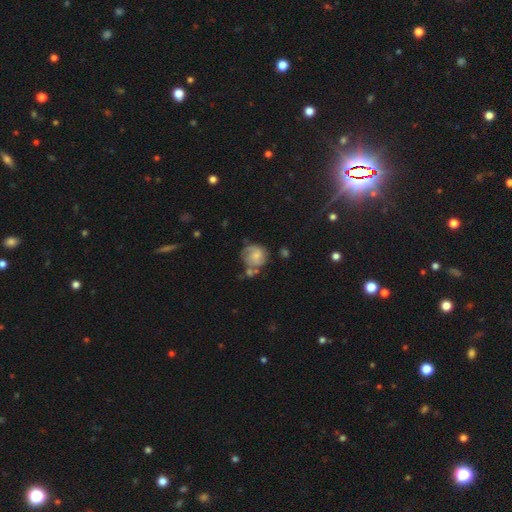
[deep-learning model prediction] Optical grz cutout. It shows a featured or disk galaxy (54%) with no bar (66%), spiral arms (85%) and a small central bulge (42%). Merging: none (48%).